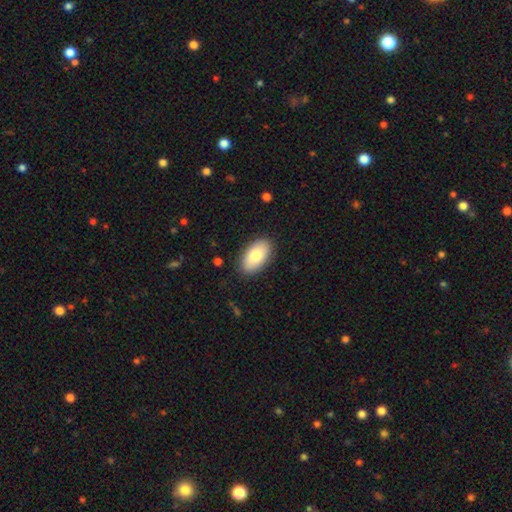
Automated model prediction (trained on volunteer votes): Smooth or featured? smooth (80%)
How rounded? in between (94%)
Merging? none (87%)